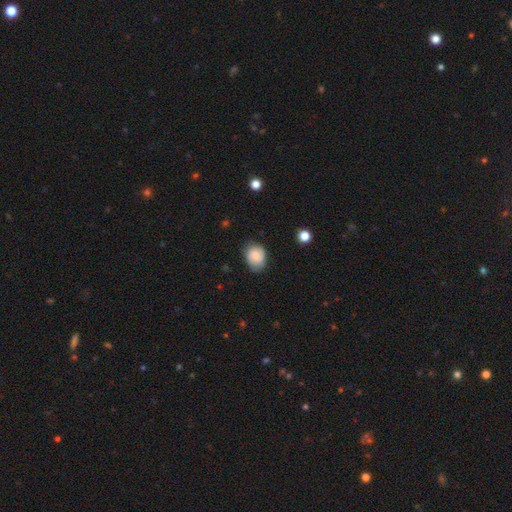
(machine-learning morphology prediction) smooth 74%, featured or disk 18%, star or artifact 8%. Down the decision tree: how rounded — in between (59%); merging — none (70%).